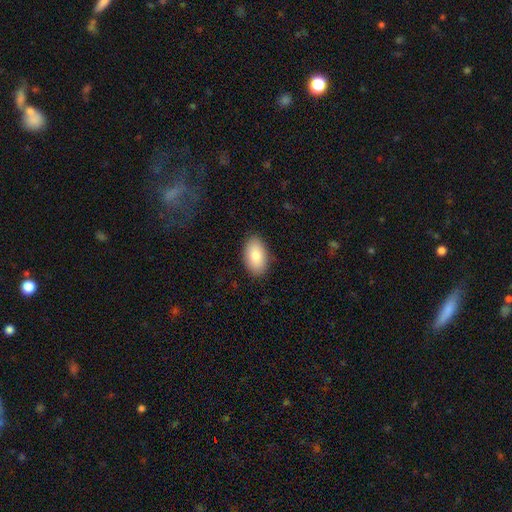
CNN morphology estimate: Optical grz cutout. It shows a smooth galaxy with no disk features (86%) that is in between round and cigar-shaped (95%). Merging: none (87%).